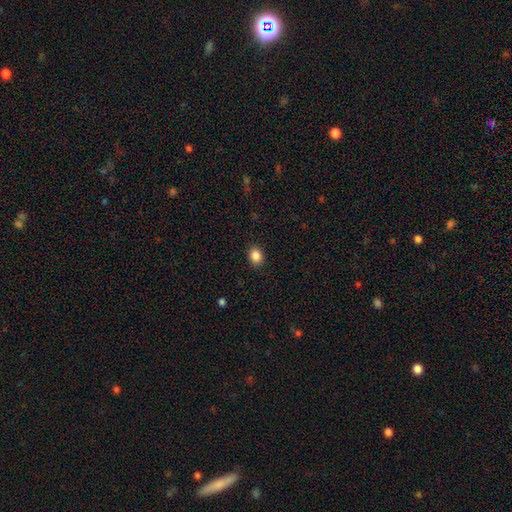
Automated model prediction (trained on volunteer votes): smooth-or-featured: smooth: 87% | star or artifact: 10% | featured or disk: 4%
  how-rounded: in between: 50% | round: 49% | cigar-shaped: 1%
  merging: none: 90% | minor disturbance: 7% | major disturbance: 2% | merger: 1%